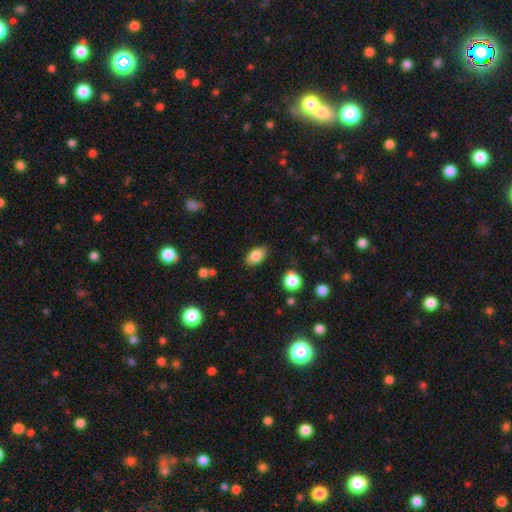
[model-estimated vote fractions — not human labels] A smooth galaxy with no disk features (84%) that is in between round and cigar-shaped (90%).

Vote fractions:
- Smooth or featured? smooth: 84% / featured or disk: 8% / star or artifact: 8%
- How rounded? in between: 90% / round: 8% / cigar-shaped: 2%
- Merging? none: 84% / minor disturbance: 12% / major disturbance: 3% / merger: 2%